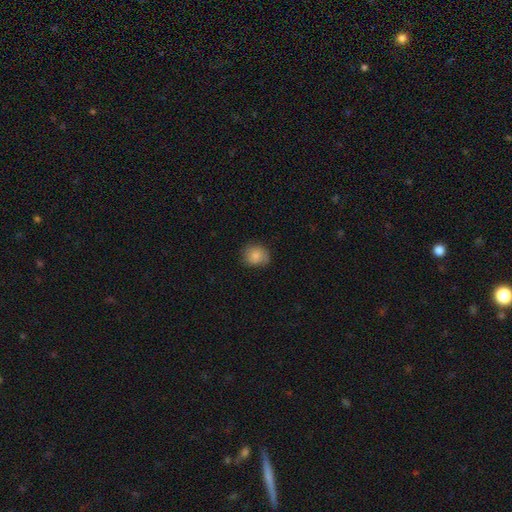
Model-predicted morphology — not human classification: This is clearly a smooth galaxy (81%). How rounded: likely round (76%). Merging: likely none (73%).